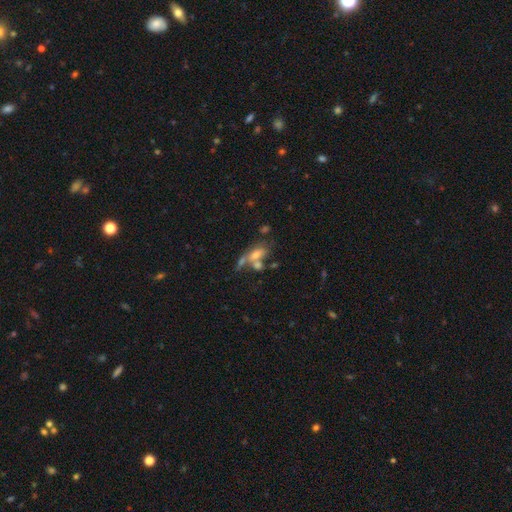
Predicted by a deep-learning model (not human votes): A smooth galaxy with no disk features (56%) that is in between round and cigar-shaped (78%).

Vote fractions:
- Smooth or featured? smooth: 56% / featured or disk: 32% / star or artifact: 12%
- How rounded? in between: 78% / cigar-shaped: 14% / round: 8%
- Merging? merger: 42% / none: 29% / major disturbance: 15% / minor disturbance: 14%